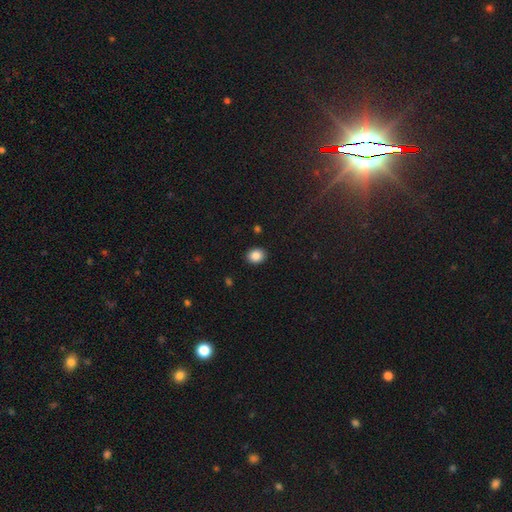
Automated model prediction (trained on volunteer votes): Smooth or featured?
  - smooth: 87% *
  - star or artifact: 9%
  - featured or disk: 4%
How rounded?
  - round: 62% *
  - in between: 37%
  - cigar-shaped: 1%
Merging?
  - none: 90% *
  - minor disturbance: 7%
  - major disturbance: 2%
  - merger: 1%